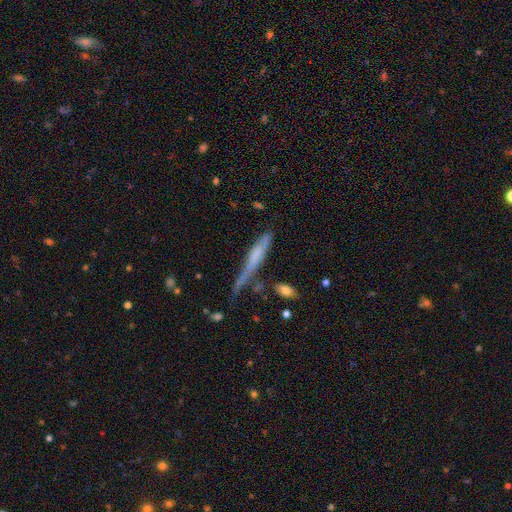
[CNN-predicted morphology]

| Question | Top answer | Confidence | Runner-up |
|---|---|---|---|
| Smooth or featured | smooth | 49% | featured or disk (43%) |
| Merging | none | 47% | minor disturbance (29%) |